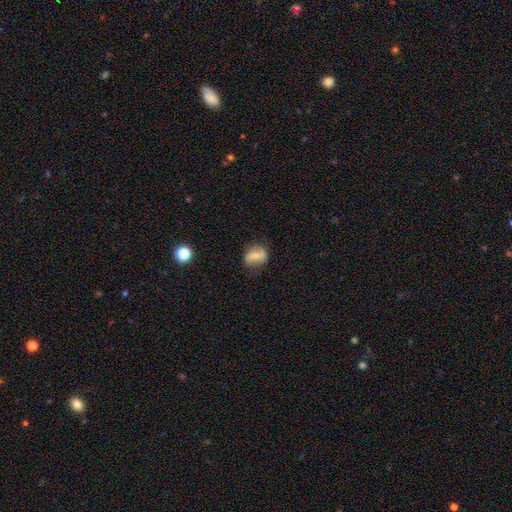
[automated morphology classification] Q: Smooth or featured?
A: smooth (54%); runner-up: featured or disk (37%)
Q: How rounded?
A: in between (50%); runner-up: round (47%)
Q: Merging?
A: none (73%); runner-up: minor disturbance (20%)